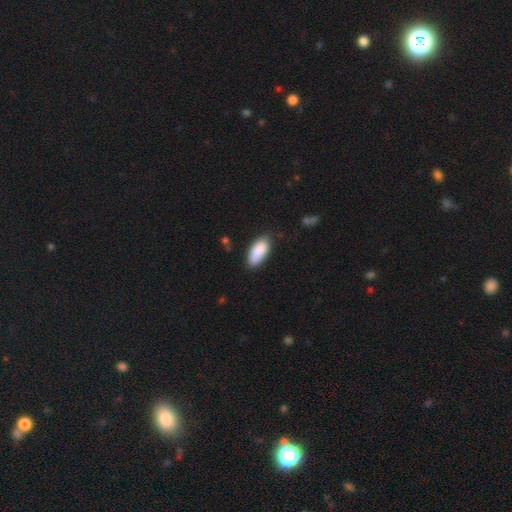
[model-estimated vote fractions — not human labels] A smooth galaxy with no disk features (89%) that is in between round and cigar-shaped (88%). Merging: none (76%).